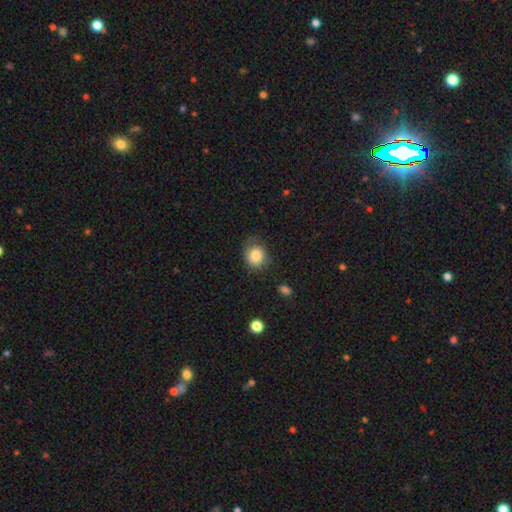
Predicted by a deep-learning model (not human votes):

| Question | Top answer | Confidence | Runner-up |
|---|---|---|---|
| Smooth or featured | smooth | 80% | featured or disk (11%) |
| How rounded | round | 63% | in between (36%) |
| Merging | none | 62% | minor disturbance (26%) |